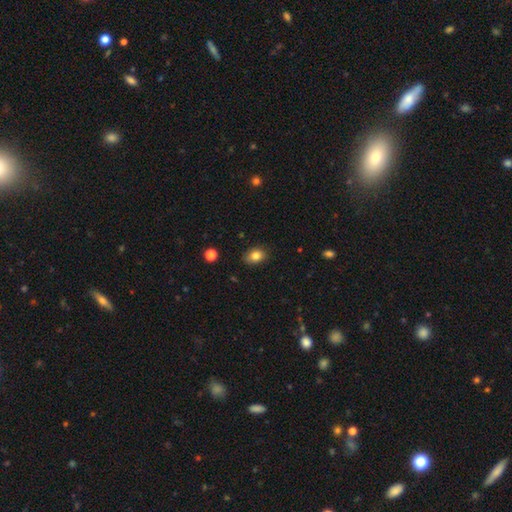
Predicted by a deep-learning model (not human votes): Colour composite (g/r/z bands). It shows a smooth galaxy with no disk features (82%) that is in between round and cigar-shaped (68%). Merging: none (83%).